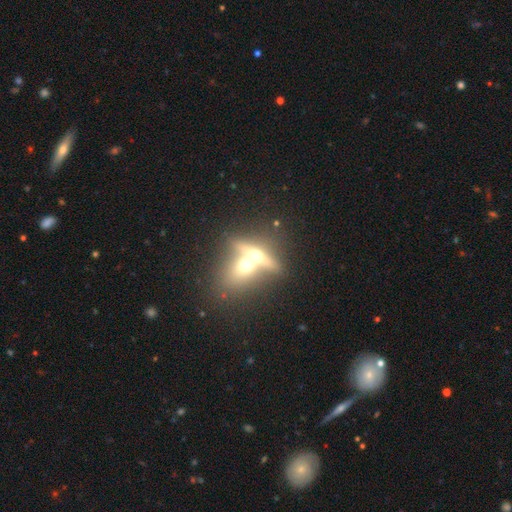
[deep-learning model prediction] Morphology: type=featured or disk (51%); edge-on=yes (70%); merging=merger (61%).